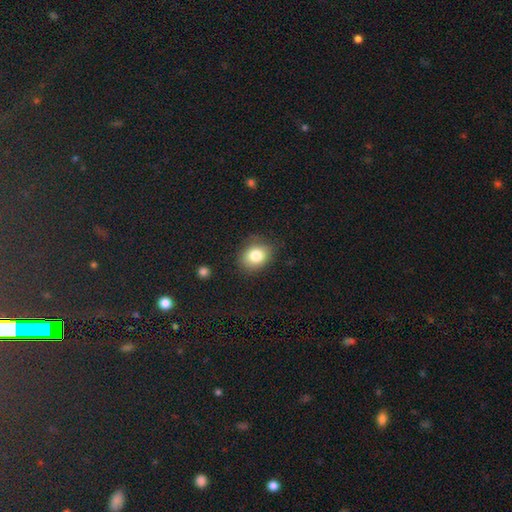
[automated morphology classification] This appears to be a smooth galaxy with no disk features (82%) that is in between round and cigar-shaped (52%). Merging: none (78%).